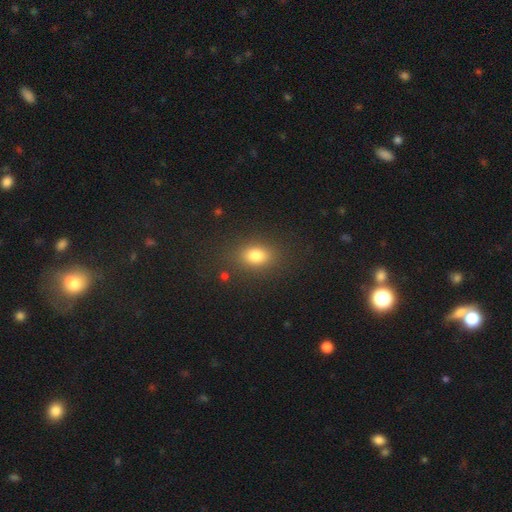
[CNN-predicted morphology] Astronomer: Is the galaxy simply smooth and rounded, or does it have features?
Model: smooth — 80%.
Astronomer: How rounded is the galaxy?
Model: in between — 71%.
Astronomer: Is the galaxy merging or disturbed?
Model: none — 82%.